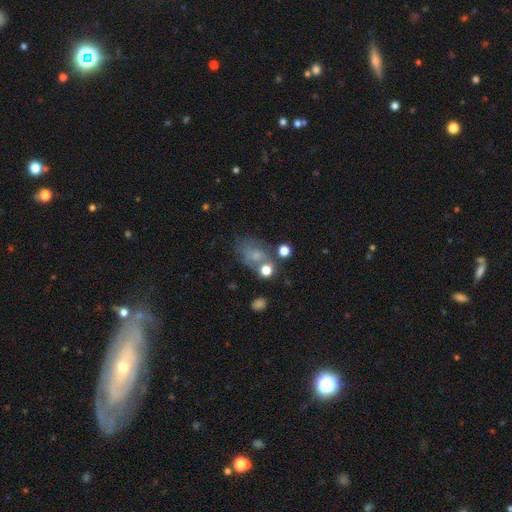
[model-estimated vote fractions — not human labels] smooth 57%, featured or disk 25%, star or artifact 18%. Down the decision tree: how rounded — in between (74%); merging — none (44%).